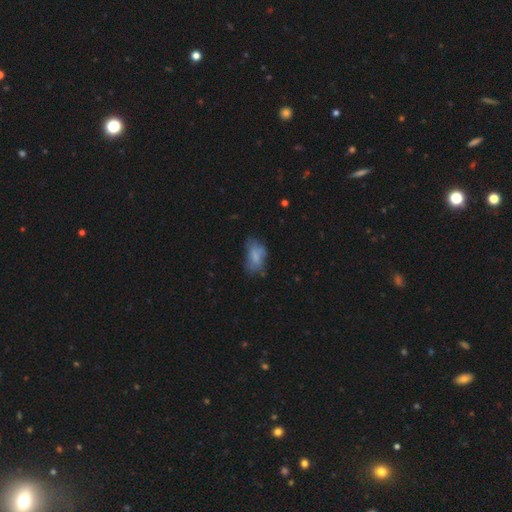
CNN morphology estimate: This is likely a smooth galaxy (67%). How rounded: clearly in between (90%). Merging: marginally none (45%).